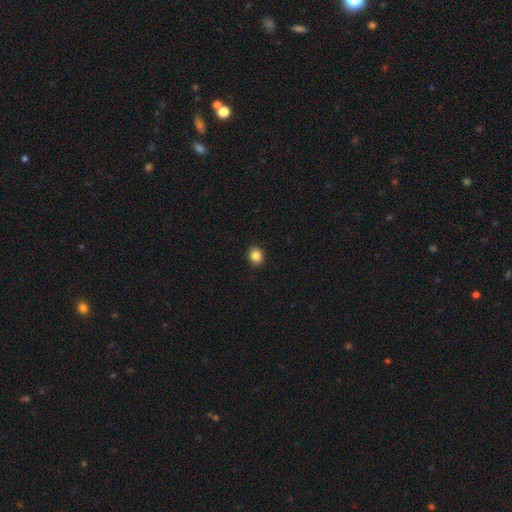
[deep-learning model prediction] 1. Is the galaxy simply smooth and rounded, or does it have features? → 86% smooth, 10% star or artifact, 4% featured or disk.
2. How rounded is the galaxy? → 64% round, 35% in between, 1% cigar-shaped.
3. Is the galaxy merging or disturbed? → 92% none, 5% minor disturbance, 2% major disturbance, 1% merger.